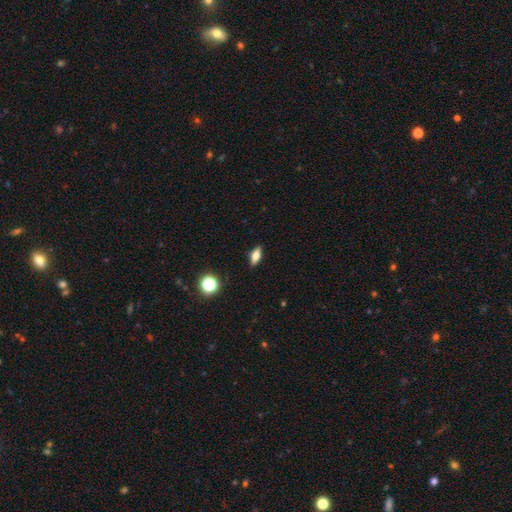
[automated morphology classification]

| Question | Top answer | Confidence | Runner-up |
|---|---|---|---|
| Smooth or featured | smooth | 66% | featured or disk (24%) |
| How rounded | in between | 69% | cigar-shaped (26%) |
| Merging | none | 89% | minor disturbance (8%) |